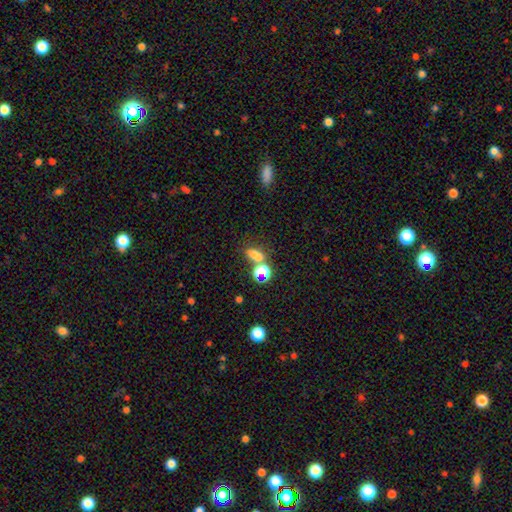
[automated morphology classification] A smooth galaxy with no disk features (63%) that is in between round and cigar-shaped (65%). Merging: none (48%).